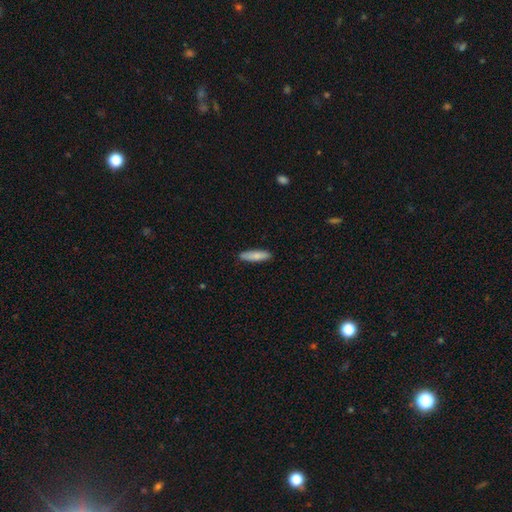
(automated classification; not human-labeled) Overall: smooth (81%). How rounded: cigar-shaped (69%). Merging: none (87%).